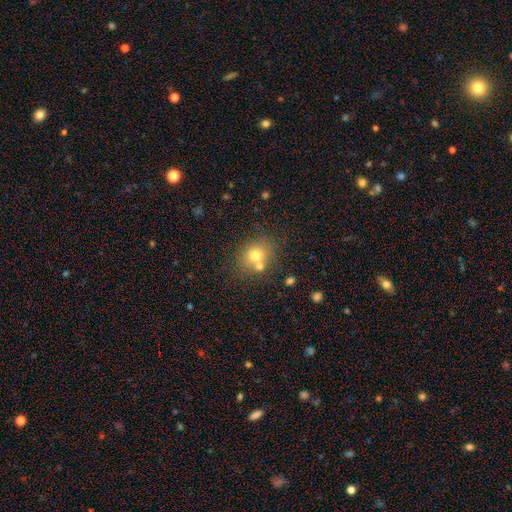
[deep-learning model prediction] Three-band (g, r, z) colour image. It shows a smooth galaxy with no disk features (71%) that is round (68%). Merging: none (59%).